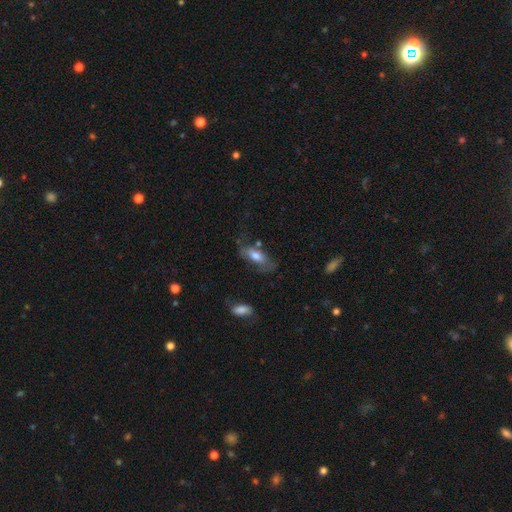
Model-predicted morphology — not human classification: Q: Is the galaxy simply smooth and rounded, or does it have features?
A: smooth — 65%.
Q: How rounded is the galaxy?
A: in between — 75%.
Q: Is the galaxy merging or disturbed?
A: none — 49%.